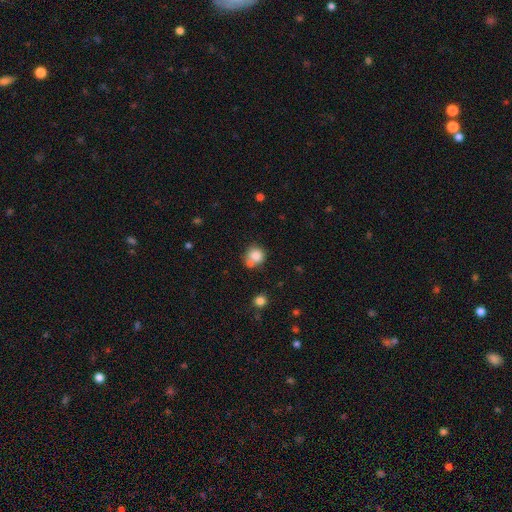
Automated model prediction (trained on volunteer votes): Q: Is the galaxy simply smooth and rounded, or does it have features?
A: smooth — 81%.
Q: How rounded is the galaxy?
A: round — 83%.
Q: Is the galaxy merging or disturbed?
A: none — 50%.